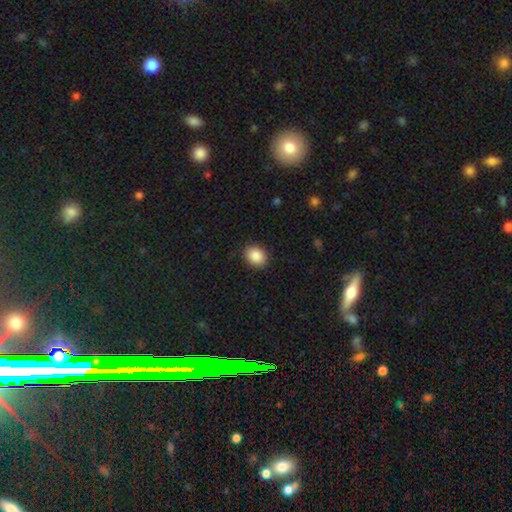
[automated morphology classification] Smooth or featured?
  - smooth: 88% *
  - star or artifact: 8%
  - featured or disk: 4%
How rounded?
  - in between: 56% *
  - round: 43%
  - cigar-shaped: 1%
Merging?
  - none: 88% *
  - minor disturbance: 8%
  - major disturbance: 2%
  - merger: 1%